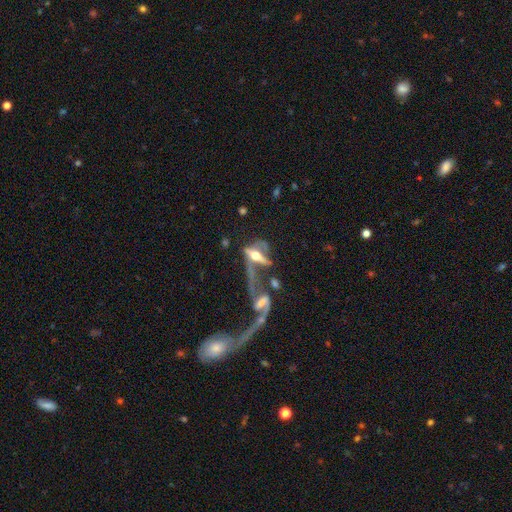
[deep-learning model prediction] Smooth or featured? Predicted: featured or disk (p=0.66). Edge-on disk? Predicted: no (p=0.59). Merging? Predicted: merger (p=0.51).